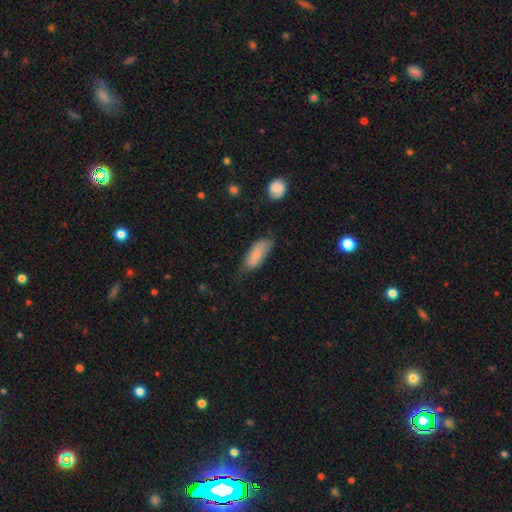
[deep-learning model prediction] Smooth or featured?
  - smooth: 76% *
  - featured or disk: 18%
  - star or artifact: 7%
How rounded?
  - in between: 81% *
  - cigar-shaped: 16%
  - round: 2%
Merging?
  - none: 49% *
  - minor disturbance: 37%
  - major disturbance: 12%
  - merger: 2%